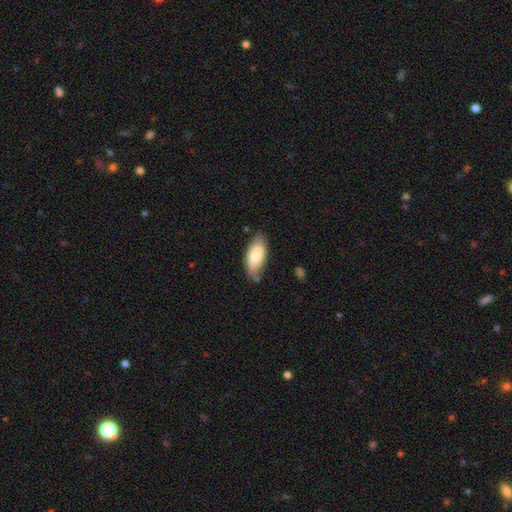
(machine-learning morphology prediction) smooth-or-featured: smooth: 74% | featured or disk: 20% | star or artifact: 6%
  how-rounded: in between: 87% | cigar-shaped: 10% | round: 2%
  merging: none: 65% | minor disturbance: 24% | merger: 6% | major disturbance: 5%